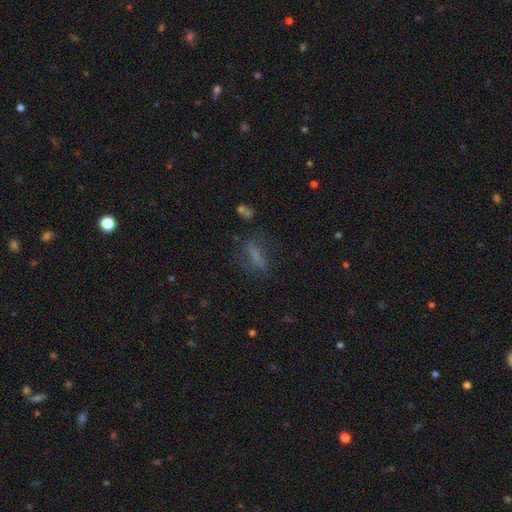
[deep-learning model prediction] Smooth or featured? smooth (55%)
How rounded? cigar-shaped (50%)
Merging? none (63%)